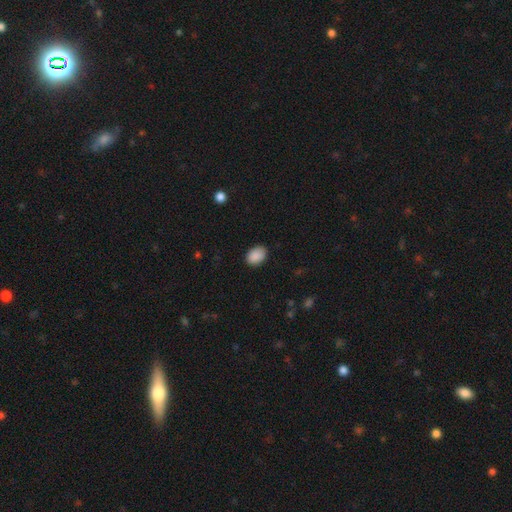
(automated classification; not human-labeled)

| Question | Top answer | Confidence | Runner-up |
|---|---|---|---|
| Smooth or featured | smooth | 90% | star or artifact (7%) |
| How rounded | in between | 80% | round (19%) |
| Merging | none | 86% | minor disturbance (10%) |